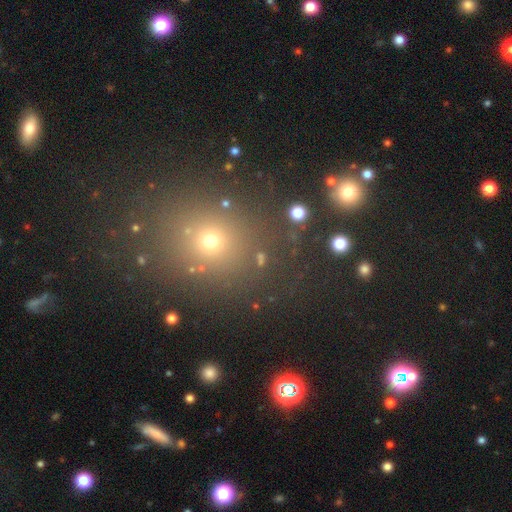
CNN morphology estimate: A smooth galaxy with no disk features (56%) that is round (70%). Merging: none (82%).